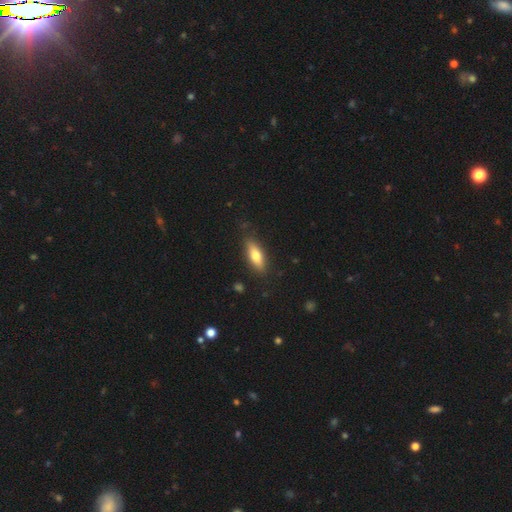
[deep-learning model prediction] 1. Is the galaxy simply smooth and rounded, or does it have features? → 67% smooth, 27% featured or disk, 6% star or artifact.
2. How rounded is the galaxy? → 59% in between, 38% cigar-shaped, 3% round.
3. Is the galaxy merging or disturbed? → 85% none, 11% minor disturbance, 2% major disturbance, 1% merger.